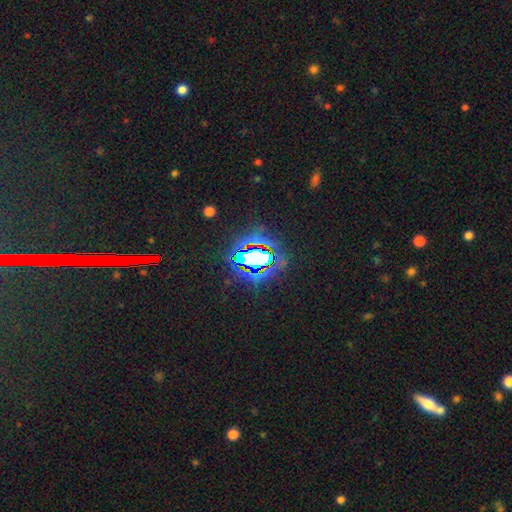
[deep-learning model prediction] Smooth or featured? star or artifact (83%)